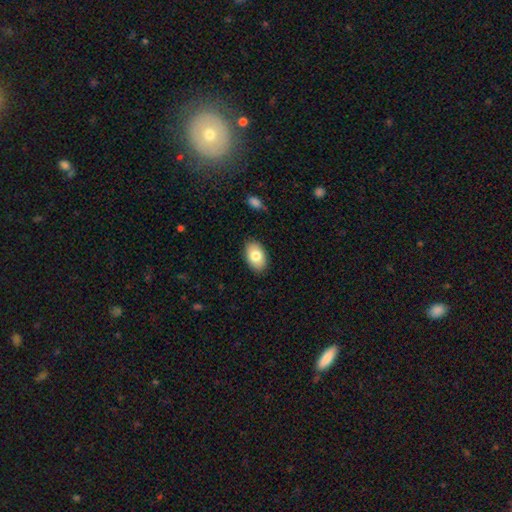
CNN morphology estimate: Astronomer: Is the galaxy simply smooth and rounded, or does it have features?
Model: smooth — 80%.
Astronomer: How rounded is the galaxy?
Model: in between — 91%.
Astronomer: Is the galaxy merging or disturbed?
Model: none — 87%.